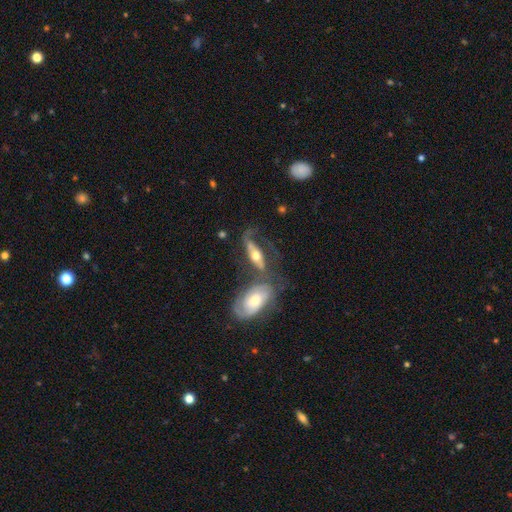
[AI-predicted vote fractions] Smooth or featured?
  - featured or disk: 70% *
  - smooth: 24%
  - star or artifact: 6%
Edge-on disk?
  - no: 68% *
  - yes: 32%
Merging?
  - merger: 39% *
  - none: 30%
  - major disturbance: 16%
  - minor disturbance: 15%